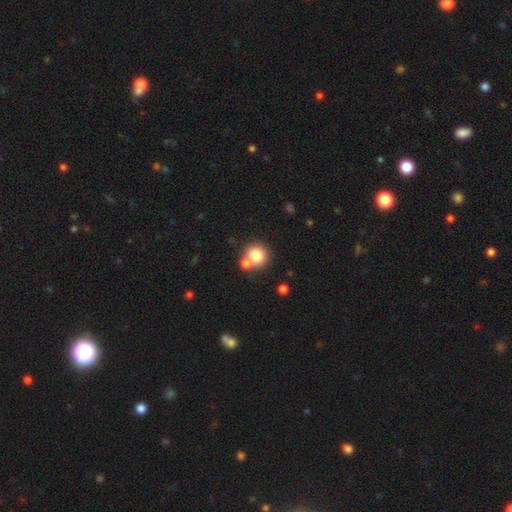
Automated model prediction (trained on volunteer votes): Q: Smooth or featured?
A: smooth (80%); runner-up: star or artifact (11%)
Q: How rounded?
A: round (90%); runner-up: in between (9%)
Q: Merging?
A: none (61%); runner-up: merger (28%)